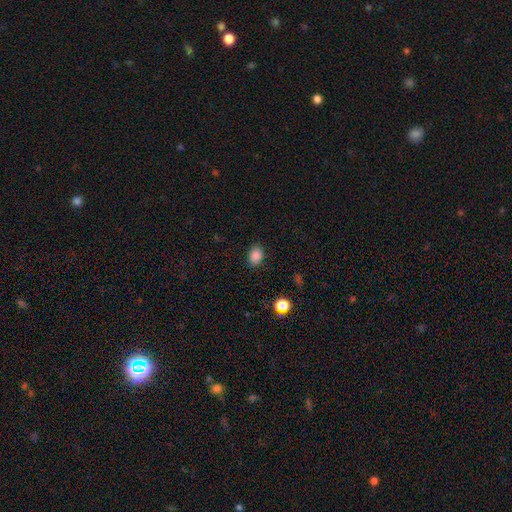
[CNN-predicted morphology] Smooth or featured: smooth — 86% (star or artifact — 10%)
How rounded: in between — 75% (round — 24%)
Merging: none — 87% (minor disturbance — 10%)